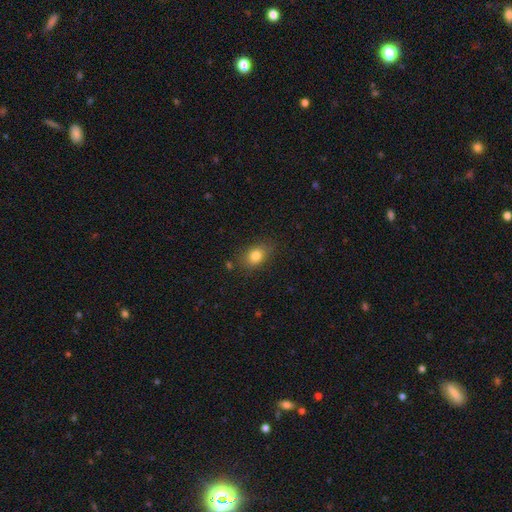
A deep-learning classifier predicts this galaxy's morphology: Smooth or featured? Predicted: smooth (p=0.81). How rounded? Predicted: in between (p=0.71). Merging? Predicted: none (p=0.81).